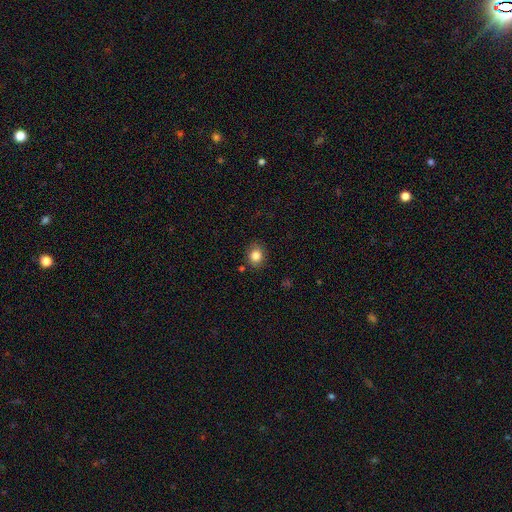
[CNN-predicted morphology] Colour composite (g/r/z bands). It shows a smooth galaxy with no disk features (83%) that is round (65%). Merging: none (84%).